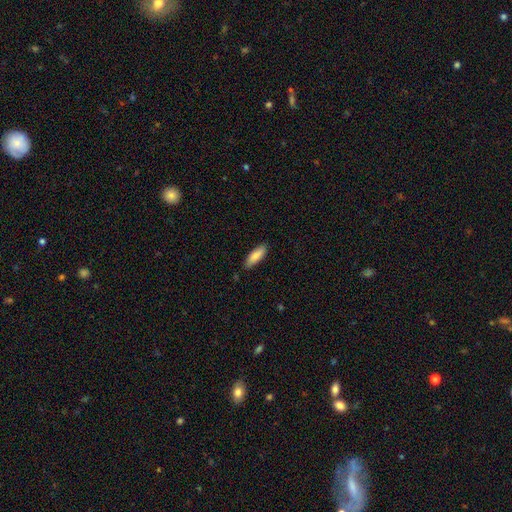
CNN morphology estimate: Smooth or featured: smooth — 85% (featured or disk — 9%)
How rounded: in between — 54% (cigar-shaped — 44%)
Merging: none — 85% (minor disturbance — 11%)